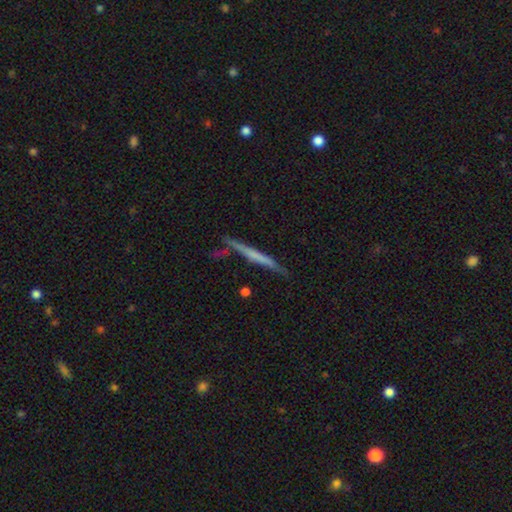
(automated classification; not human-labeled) A featured or disk galaxy (53%) viewed edge-on (96%) with no central bulge (78%).

Vote fractions:
- Smooth or featured? featured or disk: 53% / smooth: 40% / star or artifact: 6%
- Edge-on disk? yes: 96% / no: 4%
- Edge-on bulge? none: 78% / rounded: 13% / boxy: 9%
- Merging? none: 80% / minor disturbance: 13% / merger: 4% / major disturbance: 3%